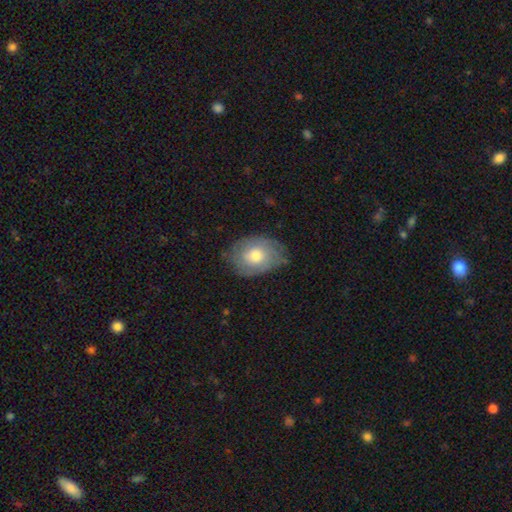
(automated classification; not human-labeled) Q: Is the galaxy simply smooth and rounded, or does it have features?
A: smooth — 48%.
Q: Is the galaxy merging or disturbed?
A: none — 71%.